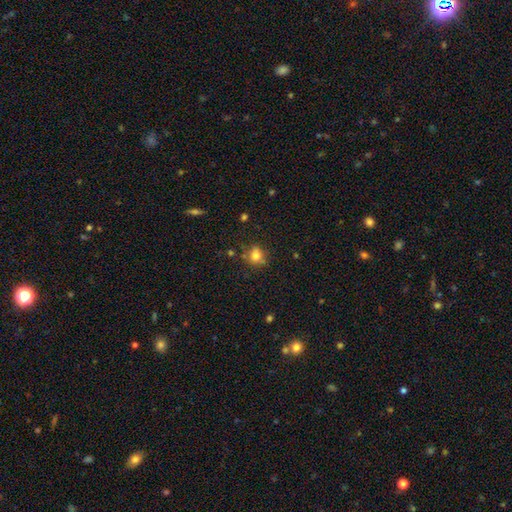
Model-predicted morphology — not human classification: Overall: smooth (73%). How rounded: round (73%). Merging: none (64%).